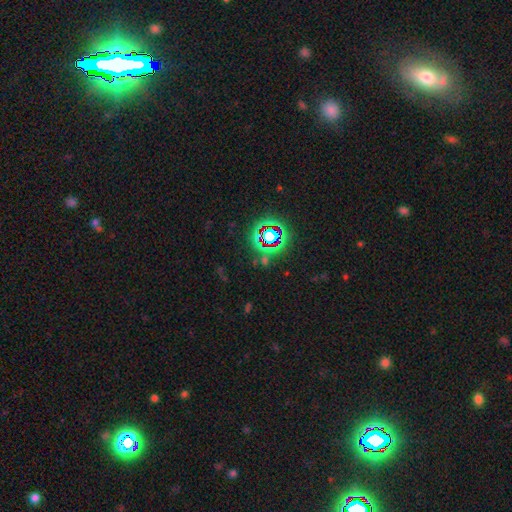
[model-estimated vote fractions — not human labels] Q: Smooth or featured?
A: star or artifact (66%); runner-up: smooth (18%)